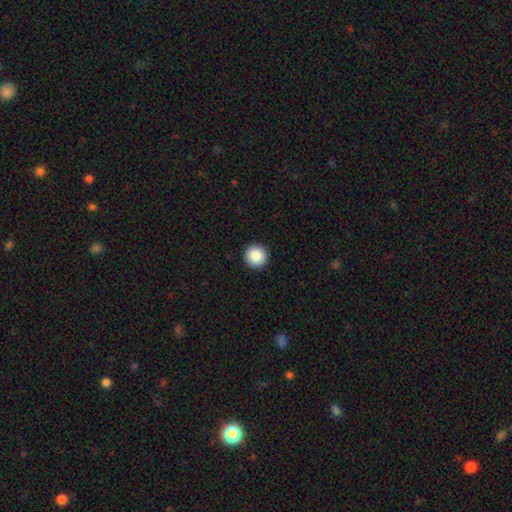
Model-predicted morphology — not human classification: smooth_or_featured: smooth (p=0.88) [alt: star or artifact p=0.08]
how_rounded: round (p=0.96) [alt: in between p=0.03]
merging: none (p=0.93) [alt: minor disturbance p=0.04]